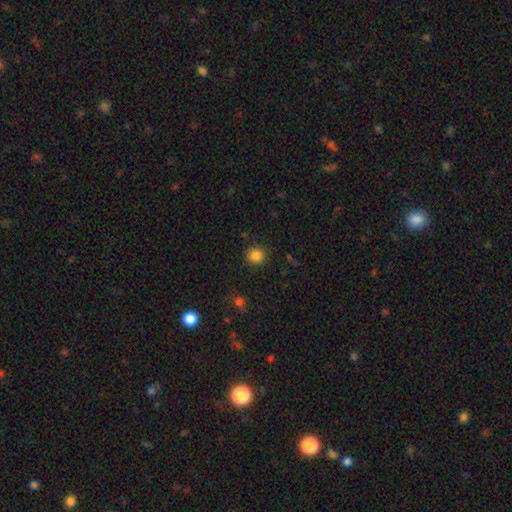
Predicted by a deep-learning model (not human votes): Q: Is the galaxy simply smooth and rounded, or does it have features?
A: smooth — 85%.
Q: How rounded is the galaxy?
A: round — 87%.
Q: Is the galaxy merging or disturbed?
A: none — 88%.